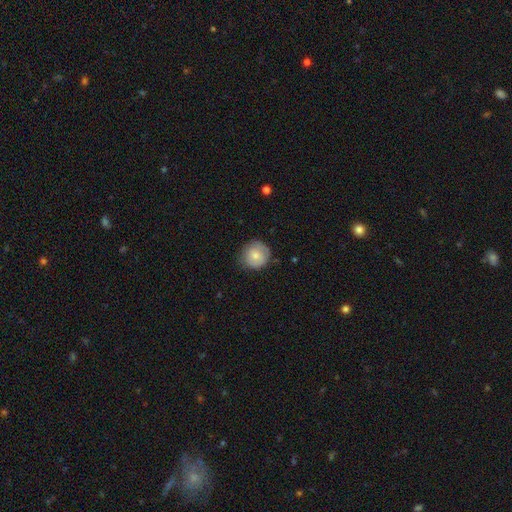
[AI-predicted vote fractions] This appears to be a smooth galaxy with no disk features (71%) that is round (90%). Merging: none (74%).